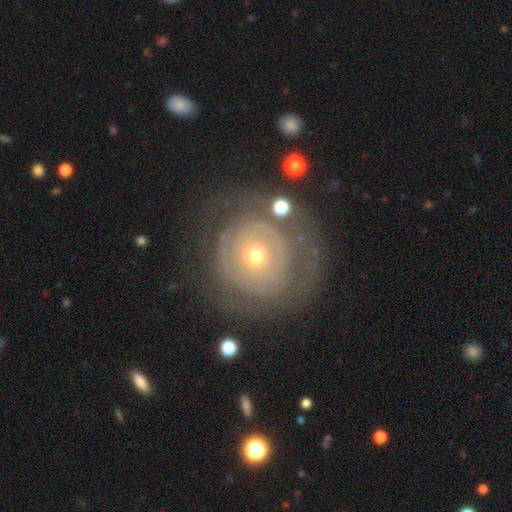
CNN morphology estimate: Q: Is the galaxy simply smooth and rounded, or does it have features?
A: featured or disk — 69%.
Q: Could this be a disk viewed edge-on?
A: no — 97%.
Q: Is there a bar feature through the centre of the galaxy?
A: no — 87%.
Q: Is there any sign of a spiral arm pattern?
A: yes — 56%.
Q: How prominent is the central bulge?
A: small — 65%.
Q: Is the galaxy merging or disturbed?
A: none — 70%.